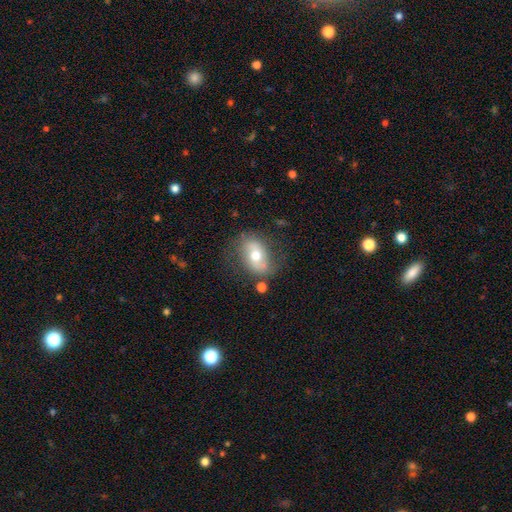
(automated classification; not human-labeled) Smooth or featured: smooth — 47% (featured or disk — 46%)
Merging: none — 70% (minor disturbance — 18%)